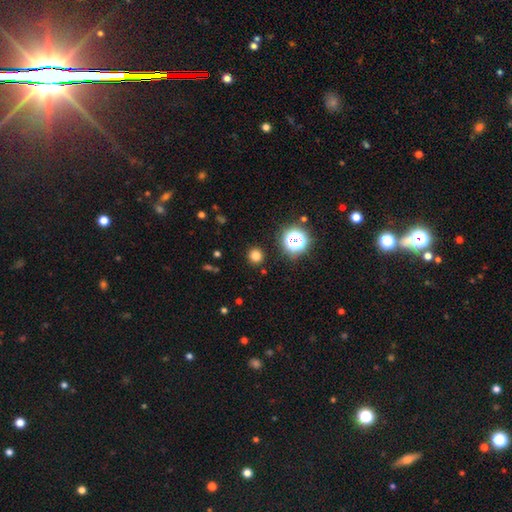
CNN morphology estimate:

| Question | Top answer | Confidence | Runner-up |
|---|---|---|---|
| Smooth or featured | smooth | 77% | star or artifact (18%) |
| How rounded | round | 93% | in between (6%) |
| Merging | none | 92% | minor disturbance (5%) |